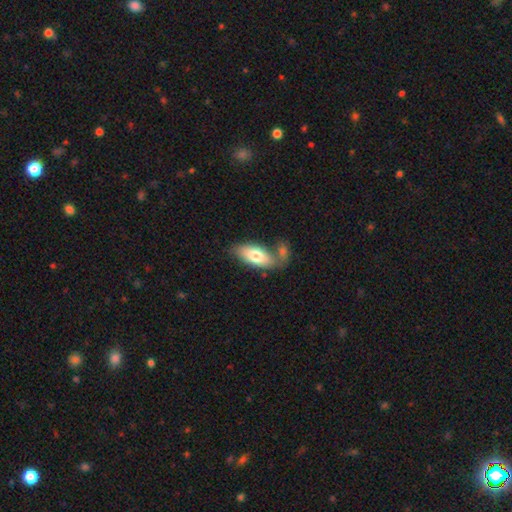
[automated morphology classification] Overall: smooth (74%). How rounded: in between (87%). Merging: none (50%; merger 29%).